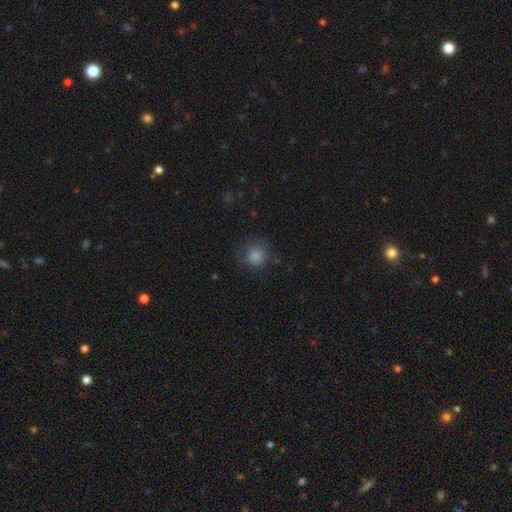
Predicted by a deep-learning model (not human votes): Overall: smooth (84%). How rounded: round (91%). Merging: none (78%).